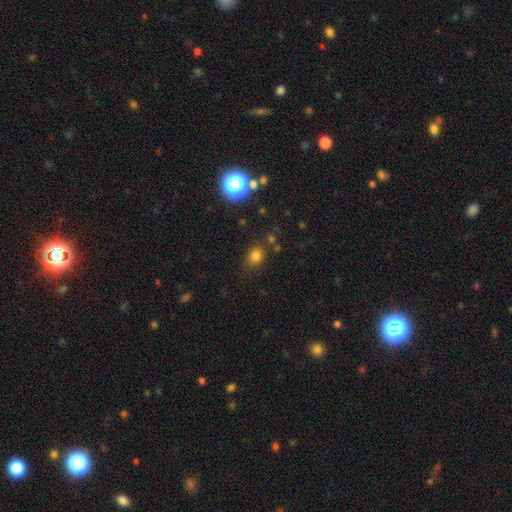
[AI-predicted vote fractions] Smooth or featured? Predicted: smooth (p=0.76). How rounded? Predicted: round (p=0.55). Merging? Predicted: none (p=0.79).